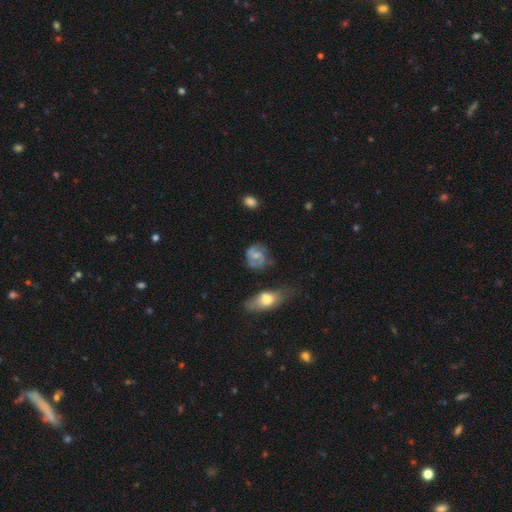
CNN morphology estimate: featured or disk 60%, smooth 32%, star or artifact 8%. Down the decision tree: edge-on disk — no (96%); bar — no (47%); spiral arms — yes (82%); bulge size — small (48%); merging — none (64%).